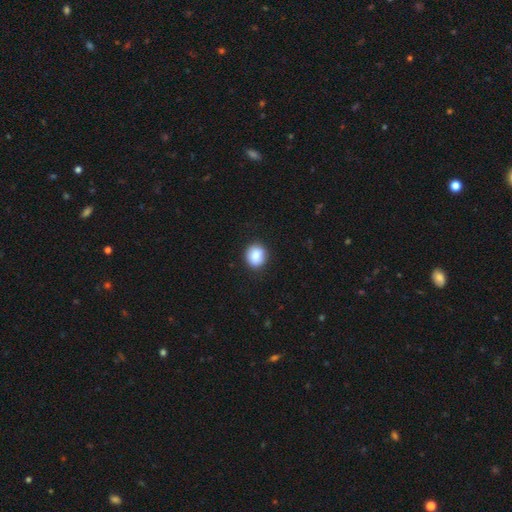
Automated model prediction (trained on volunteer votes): smooth_or_featured: smooth (p=0.86) [alt: star or artifact p=0.08]
how_rounded: round (p=0.75) [alt: in between p=0.24]
merging: none (p=0.87) [alt: minor disturbance p=0.10]